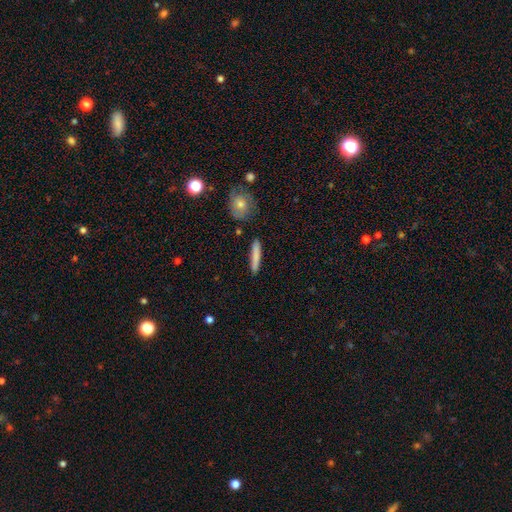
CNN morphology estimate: Smooth or featured?
  - smooth: 79% *
  - featured or disk: 15%
  - star or artifact: 6%
How rounded?
  - cigar-shaped: 91% *
  - in between: 7%
  - round: 2%
Merging?
  - none: 87% *
  - minor disturbance: 8%
  - merger: 3%
  - major disturbance: 2%